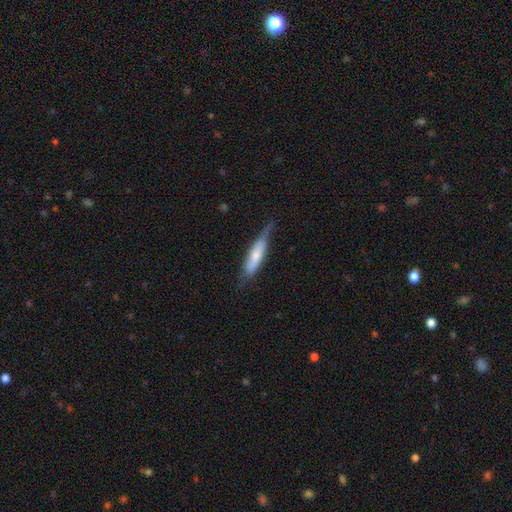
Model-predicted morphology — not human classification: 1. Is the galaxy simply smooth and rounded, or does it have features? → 57% smooth, 38% featured or disk, 6% star or artifact.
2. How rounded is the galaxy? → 76% cigar-shaped, 23% in between, 2% round.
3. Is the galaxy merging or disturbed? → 55% none, 34% minor disturbance, 9% major disturbance, 2% merger.